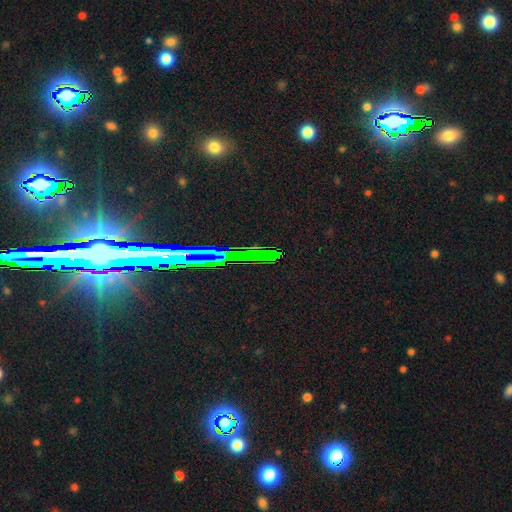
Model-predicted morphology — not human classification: This appears to be a star or artifact, not a galaxy (76%).